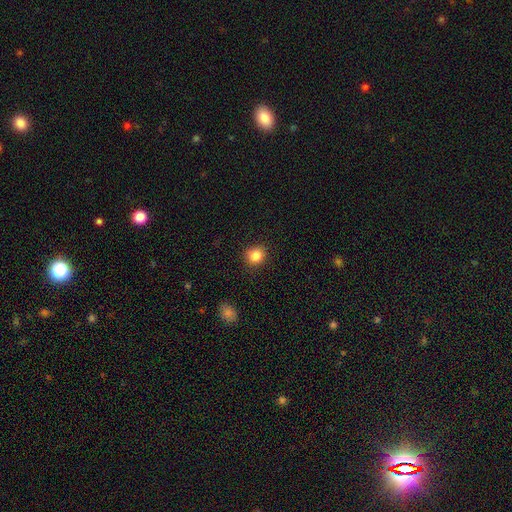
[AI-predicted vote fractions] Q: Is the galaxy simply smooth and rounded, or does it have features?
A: smooth — 84%.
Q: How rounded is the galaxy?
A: round — 86%.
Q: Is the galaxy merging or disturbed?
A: none — 90%.